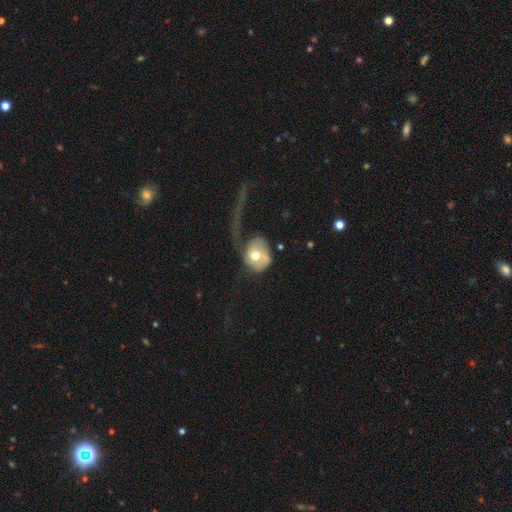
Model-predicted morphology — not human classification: Smooth or featured? Predicted: smooth (p=0.58). How rounded? Predicted: round (p=0.54). Merging? Predicted: major disturbance (p=0.61).